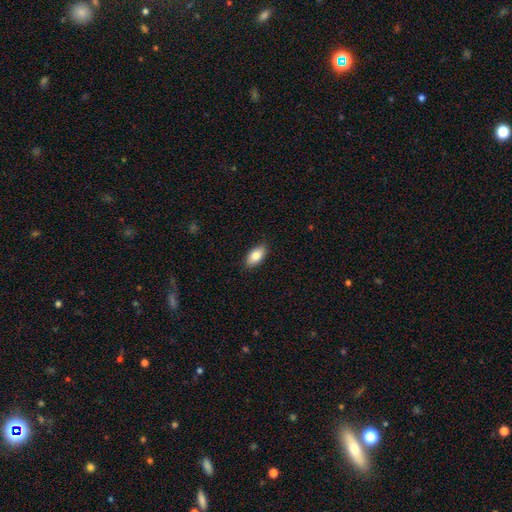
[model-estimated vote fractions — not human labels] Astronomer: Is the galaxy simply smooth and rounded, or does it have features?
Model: smooth — 85%.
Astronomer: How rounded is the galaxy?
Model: in between — 92%.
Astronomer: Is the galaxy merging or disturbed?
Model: none — 87%.